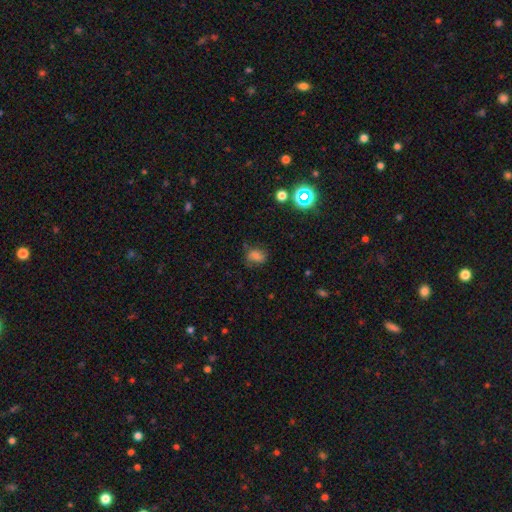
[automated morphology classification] smooth 70%, star or artifact 17%, featured or disk 13%. Down the decision tree: how rounded — in between (57%); merging — none (63%).